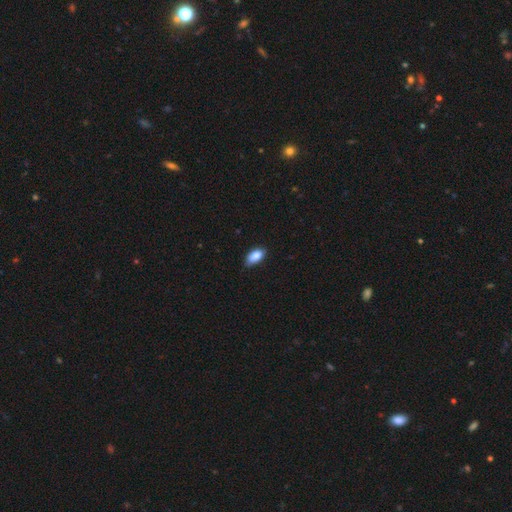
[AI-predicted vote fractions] smooth_or_featured: smooth (p=0.85) [alt: featured or disk p=0.08]
how_rounded: in between (p=0.92) [alt: cigar-shaped p=0.05]
merging: none (p=0.73) [alt: minor disturbance p=0.23]